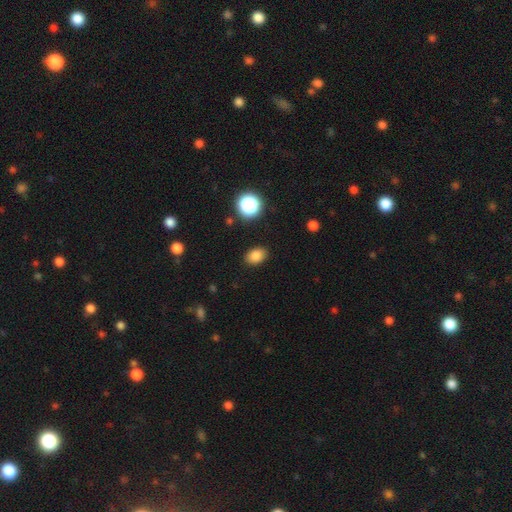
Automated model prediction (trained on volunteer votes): Q: Smooth or featured?
A: smooth (83%); runner-up: star or artifact (12%)
Q: How rounded?
A: in between (78%); runner-up: round (21%)
Q: Merging?
A: none (88%); runner-up: minor disturbance (8%)